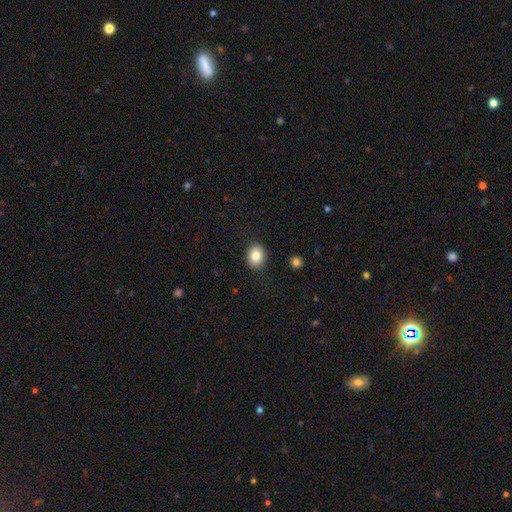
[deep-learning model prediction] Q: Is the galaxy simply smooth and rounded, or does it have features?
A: smooth — 85%.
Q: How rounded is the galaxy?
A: round — 52%.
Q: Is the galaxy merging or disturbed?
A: none — 89%.